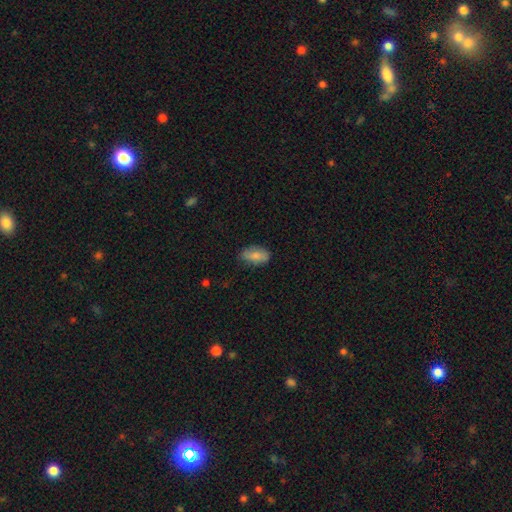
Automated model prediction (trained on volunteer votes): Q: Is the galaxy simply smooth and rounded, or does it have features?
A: smooth — 82%.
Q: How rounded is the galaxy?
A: in between — 91%.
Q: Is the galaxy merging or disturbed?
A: none — 74%.